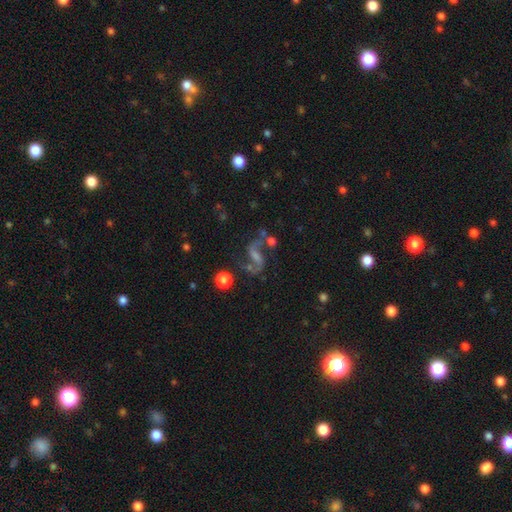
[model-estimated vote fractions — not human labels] Smooth or featured?
  - featured or disk: 76% *
  - star or artifact: 14%
  - smooth: 10%
Edge-on disk?
  - no: 97% *
  - yes: 3%
Bar?
  - weak: 43% *
  - strong: 32%
  - no: 24%
Spiral arms?
  - yes: 93% *
  - no: 7%
Spiral winding?
  - loose: 63% *
  - medium: 30%
  - tight: 7%
Spiral arm count?
  - 2: 91% *
  - 1: 4%
  - can't tell: 3%
  - 3: 1%
  - 4: 1%
  - more than 4: 1%
Bulge size?
  - none: 37% *
  - small: 34%
  - moderate: 23%
  - large: 5%
  - dominant: 2%
Merging?
  - none: 56% *
  - minor disturbance: 16%
  - major disturbance: 15%
  - merger: 12%